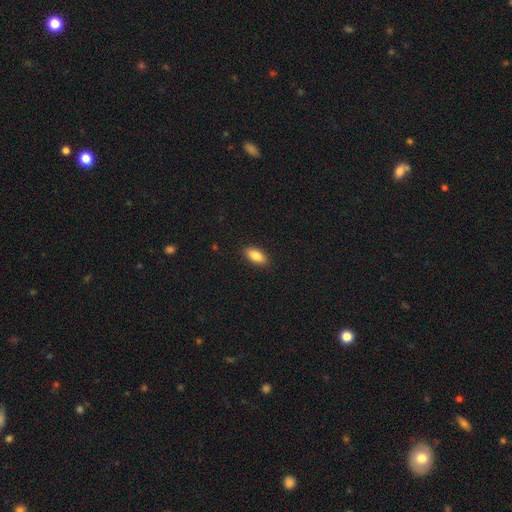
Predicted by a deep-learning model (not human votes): Q: Smooth or featured?
A: smooth (86%); runner-up: featured or disk (8%)
Q: How rounded?
A: in between (89%); runner-up: cigar-shaped (8%)
Q: Merging?
A: none (89%); runner-up: minor disturbance (8%)